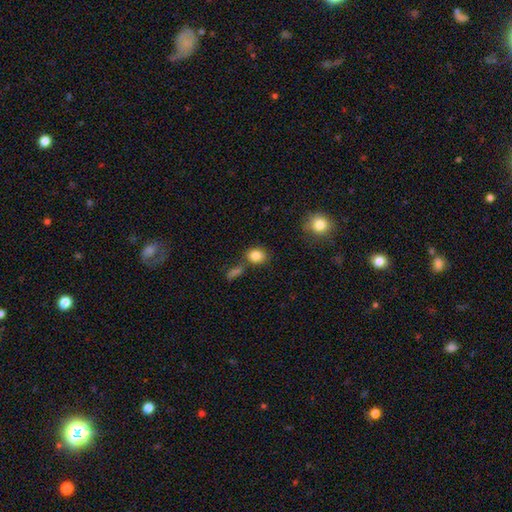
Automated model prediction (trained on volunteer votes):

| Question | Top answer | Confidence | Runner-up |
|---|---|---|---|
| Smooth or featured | smooth | 85% | star or artifact (9%) |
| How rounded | round | 55% | in between (44%) |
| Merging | none | 71% | merger (13%) |